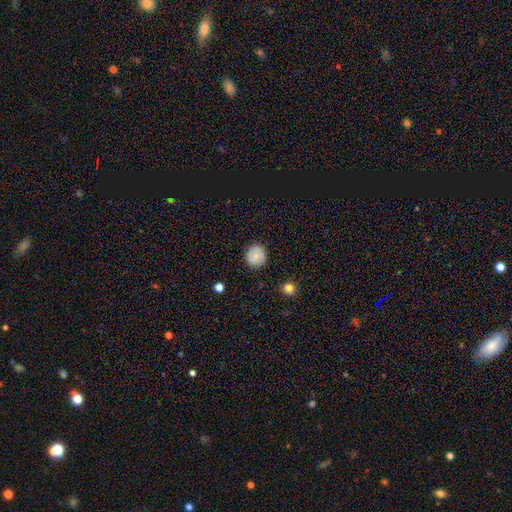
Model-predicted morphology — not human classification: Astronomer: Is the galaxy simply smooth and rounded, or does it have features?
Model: smooth — 72%.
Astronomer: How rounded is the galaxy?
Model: round — 87%.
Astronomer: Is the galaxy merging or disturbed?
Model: none — 85%.